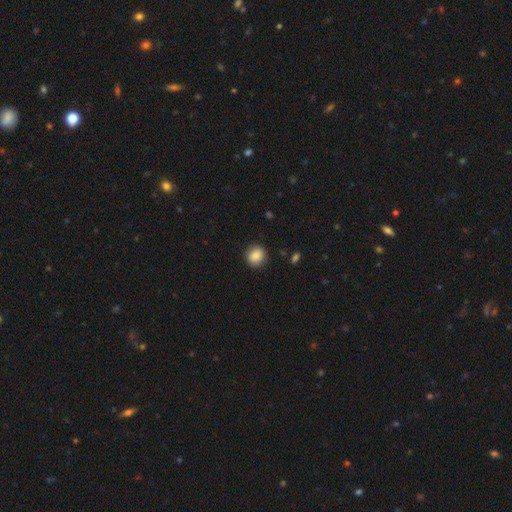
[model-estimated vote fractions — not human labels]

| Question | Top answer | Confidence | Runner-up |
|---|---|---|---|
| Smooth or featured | smooth | 87% | star or artifact (9%) |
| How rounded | round | 80% | in between (19%) |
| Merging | none | 88% | minor disturbance (8%) |